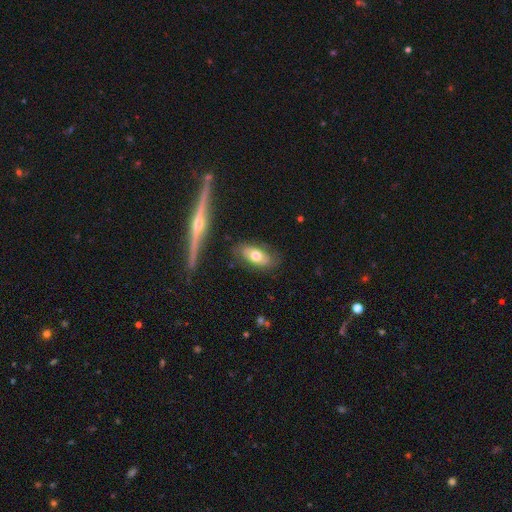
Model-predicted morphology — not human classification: A smooth galaxy with no disk features (56%) that is in between round and cigar-shaped (89%).

Vote fractions:
- Smooth or featured? smooth: 56% / featured or disk: 36% / star or artifact: 8%
- How rounded? in between: 89% / cigar-shaped: 6% / round: 4%
- Merging? none: 77% / minor disturbance: 16% / major disturbance: 5% / merger: 3%